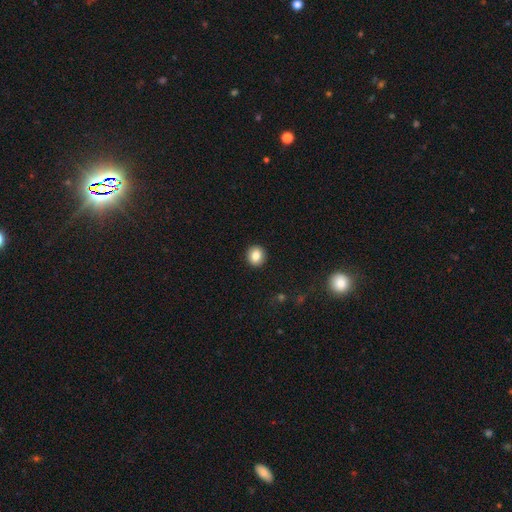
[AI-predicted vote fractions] Overall: smooth (83%). How rounded: round (87%). Merging: none (93%).